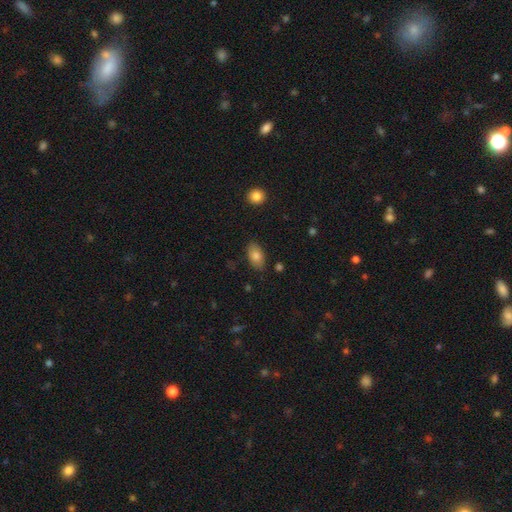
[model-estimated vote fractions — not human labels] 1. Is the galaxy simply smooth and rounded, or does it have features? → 82% smooth, 11% featured or disk, 8% star or artifact.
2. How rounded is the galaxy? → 91% in between, 7% round, 2% cigar-shaped.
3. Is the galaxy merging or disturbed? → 84% none, 12% minor disturbance, 3% major disturbance, 2% merger.